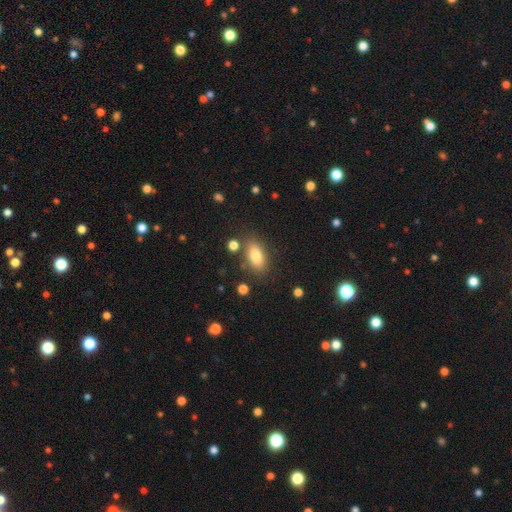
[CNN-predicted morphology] The model was most divided on "merging": none: 79%, minor disturbance: 12%, merger: 5%, major disturbance: 4%. More confident: how rounded — in between (87%); smooth or featured — smooth (81%).